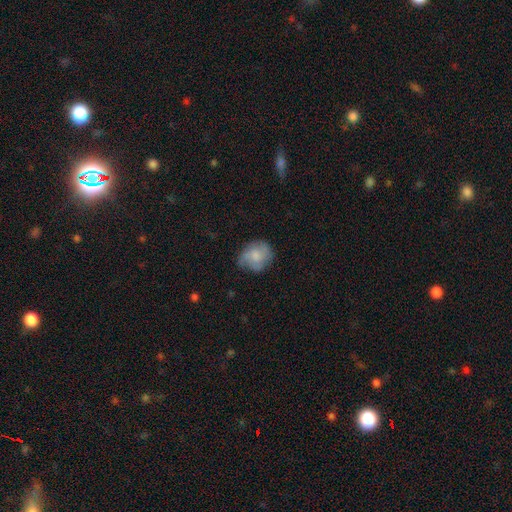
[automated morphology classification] Q: Smooth or featured?
A: smooth (62%); runner-up: featured or disk (31%)
Q: How rounded?
A: round (65%); runner-up: in between (34%)
Q: Merging?
A: none (60%); runner-up: minor disturbance (28%)